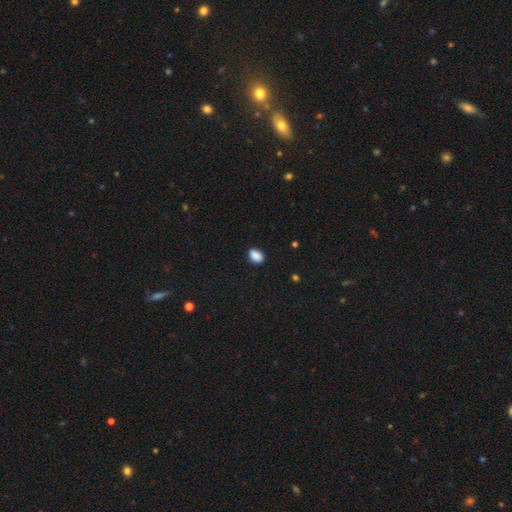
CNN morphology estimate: smooth-or-featured: smooth: 89% | star or artifact: 8% | featured or disk: 3%
  how-rounded: in between: 82% | round: 17% | cigar-shaped: 1%
  merging: none: 86% | minor disturbance: 10% | major disturbance: 2% | merger: 1%